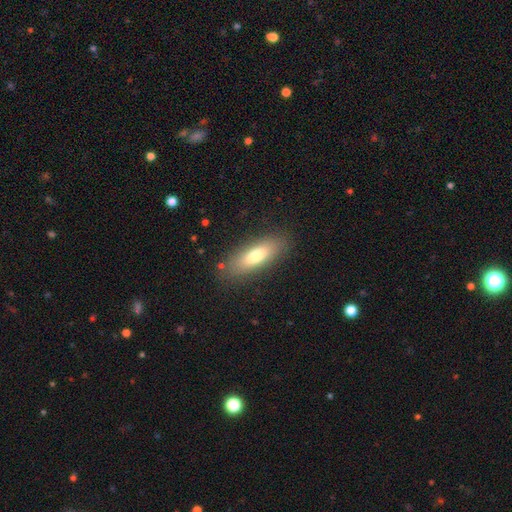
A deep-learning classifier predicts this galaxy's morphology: This is likely a smooth galaxy (72%). How rounded: likely in between (60%). Merging: clearly none (84%).